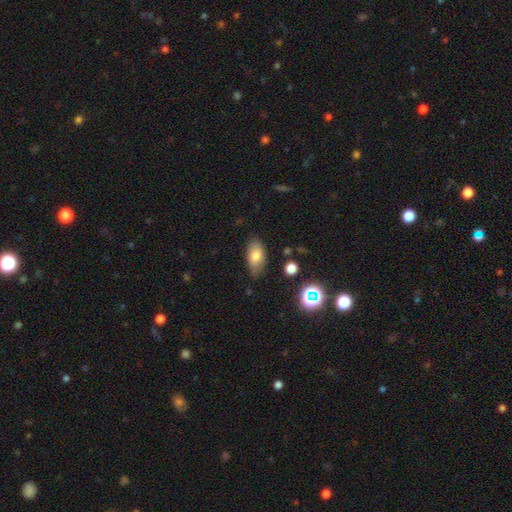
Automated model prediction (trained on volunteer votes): This is likely a smooth galaxy (78%). How rounded: clearly in between (90%). Merging: likely none (74%).